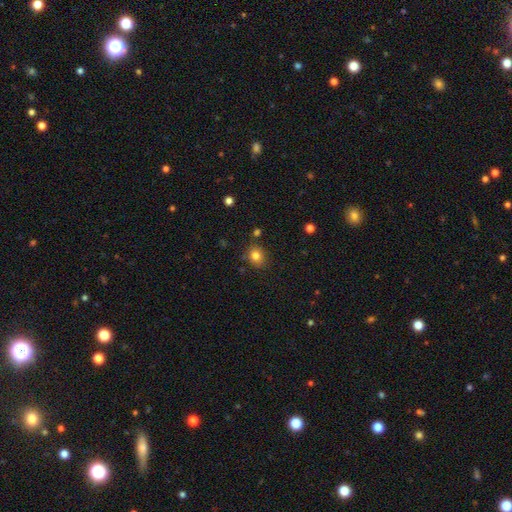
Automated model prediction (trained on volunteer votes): Q: Smooth or featured?
A: smooth (81%); runner-up: star or artifact (12%)
Q: How rounded?
A: round (68%); runner-up: in between (31%)
Q: Merging?
A: none (82%); runner-up: minor disturbance (12%)